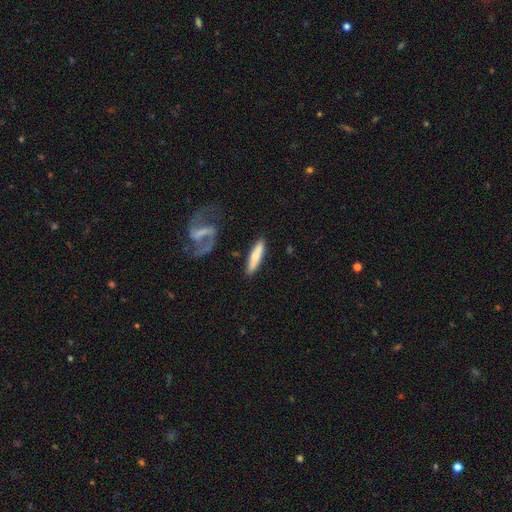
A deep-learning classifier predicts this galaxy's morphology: smooth 66%, featured or disk 28%, star or artifact 5%. Down the decision tree: how rounded — cigar-shaped (82%); merging — none (83%).